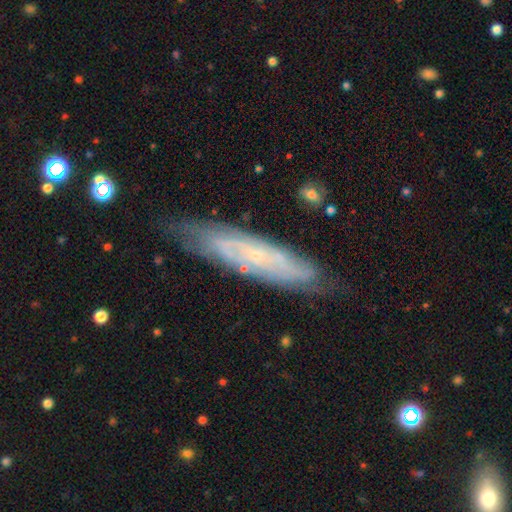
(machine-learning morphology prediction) This is likely a featured or disk galaxy (74%). It is likely not viewed edge-on (65%). Merging: likely none (76%).